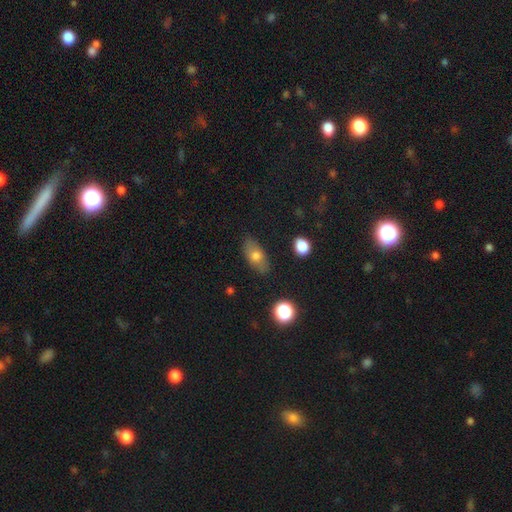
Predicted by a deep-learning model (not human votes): Smooth or featured? Predicted: smooth (p=0.70). How rounded? Predicted: in between (p=0.85). Merging? Predicted: none (p=0.82).